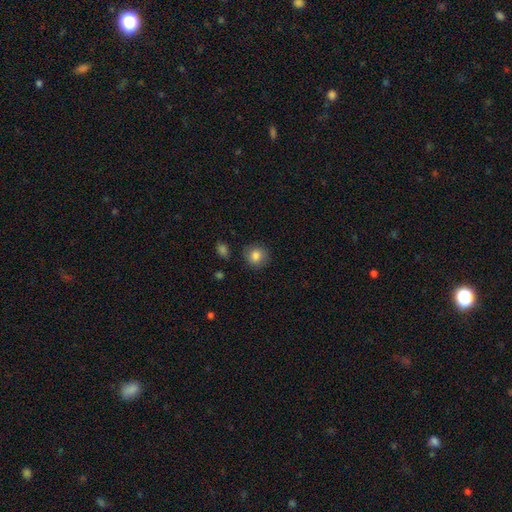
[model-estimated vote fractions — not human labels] smooth 84%, star or artifact 9%, featured or disk 7%. Down the decision tree: how rounded — round (87%); merging — none (86%).